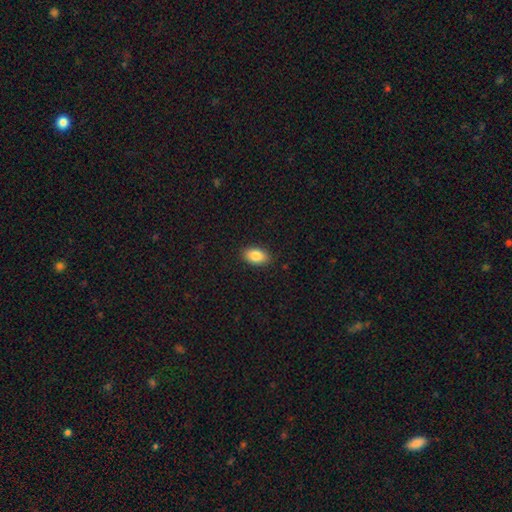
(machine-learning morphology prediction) A smooth galaxy with no disk features (86%) that is in between round and cigar-shaped (92%).

Vote fractions:
- Smooth or featured? smooth: 86% / star or artifact: 7% / featured or disk: 6%
- How rounded? in between: 92% / round: 6% / cigar-shaped: 2%
- Merging? none: 88% / minor disturbance: 9% / major disturbance: 2% / merger: 1%